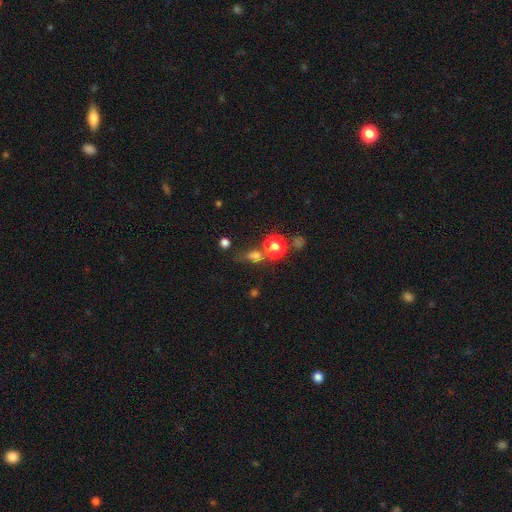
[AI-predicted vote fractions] Smooth or featured? Predicted: smooth (p=0.64). How rounded? Predicted: round (p=0.62). Merging? Predicted: none (p=0.52).